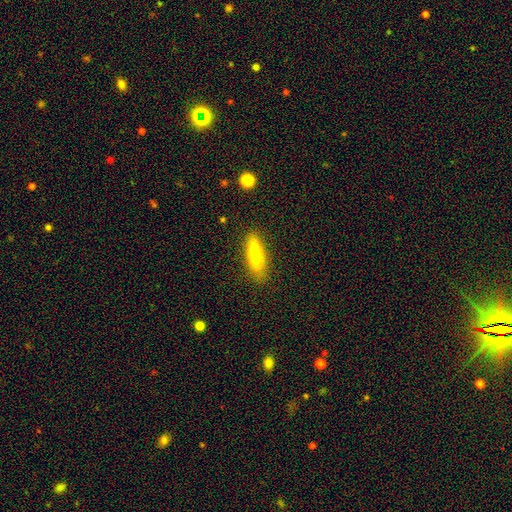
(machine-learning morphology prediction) The model was most divided on "how rounded": cigar-shaped: 54%, in between: 43%, round: 3%. More confident: merging — none (87%); smooth or featured — smooth (65%).